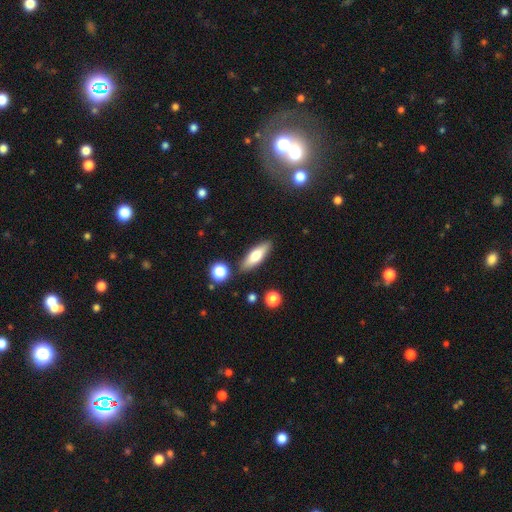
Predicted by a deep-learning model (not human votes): Smooth or featured? Predicted: smooth (p=0.67). How rounded? Predicted: in between (p=0.52). Merging? Predicted: none (p=0.84).